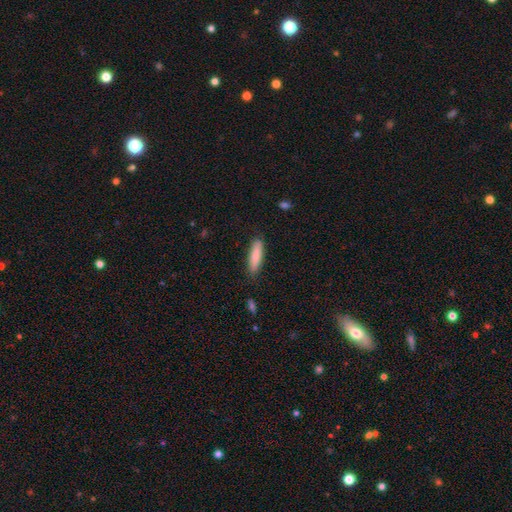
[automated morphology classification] smooth-or-featured: smooth: 84% | featured or disk: 10% | star or artifact: 6%
  how-rounded: cigar-shaped: 71% | in between: 28% | round: 1%
  merging: none: 84% | minor disturbance: 12% | major disturbance: 2% | merger: 2%